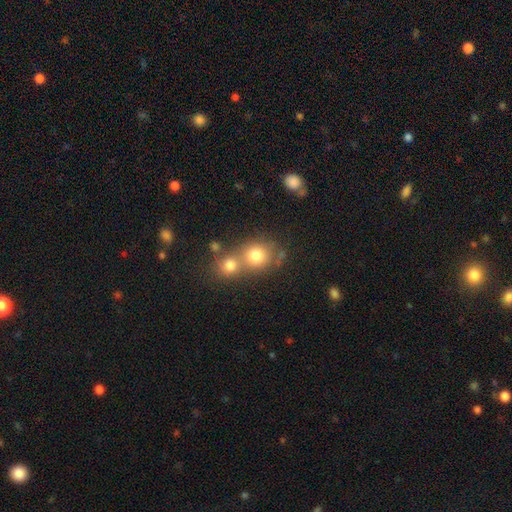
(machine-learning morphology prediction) smooth_or_featured: smooth (p=0.76) [alt: featured or disk p=0.12]
how_rounded: round (p=0.78) [alt: in between p=0.21]
merging: merger (p=0.50) [alt: none p=0.39]